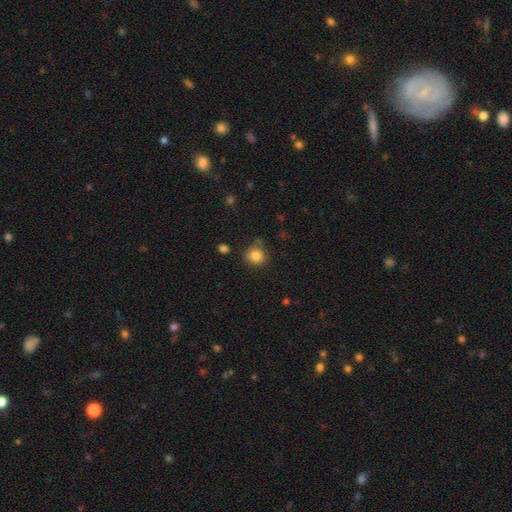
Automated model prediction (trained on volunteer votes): smooth_or_featured: smooth (p=0.83) [alt: star or artifact p=0.11]
how_rounded: round (p=0.86) [alt: in between p=0.13]
merging: none (p=0.73) [alt: minor disturbance p=0.18]